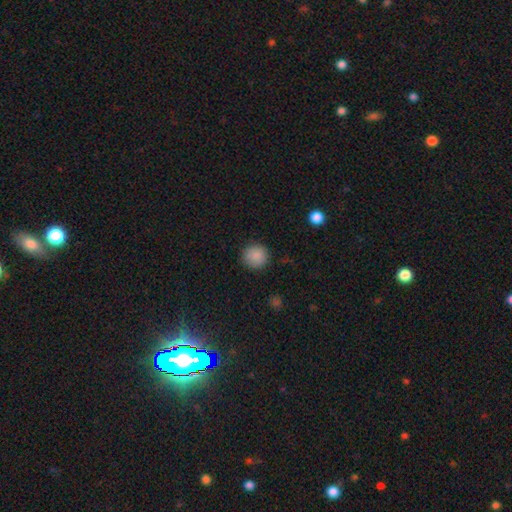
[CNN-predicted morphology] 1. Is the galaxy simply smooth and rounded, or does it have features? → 87% smooth, 9% star or artifact, 4% featured or disk.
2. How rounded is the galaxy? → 93% round, 6% in between, 1% cigar-shaped.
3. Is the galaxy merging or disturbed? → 90% none, 7% minor disturbance, 2% major disturbance, 1% merger.